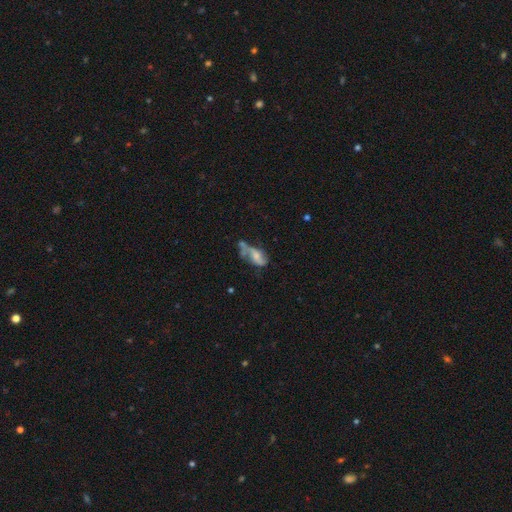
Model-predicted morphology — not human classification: Smooth or featured: featured or disk — 56% (smooth — 35%)
Edge-on disk: no — 92% (yes — 8%)
Bar: no — 60% (weak — 31%)
Spiral arms: yes — 68% (no — 32%)
Bulge size: small — 38% (moderate — 36%)
Merging: major disturbance — 27% (none — 26%)